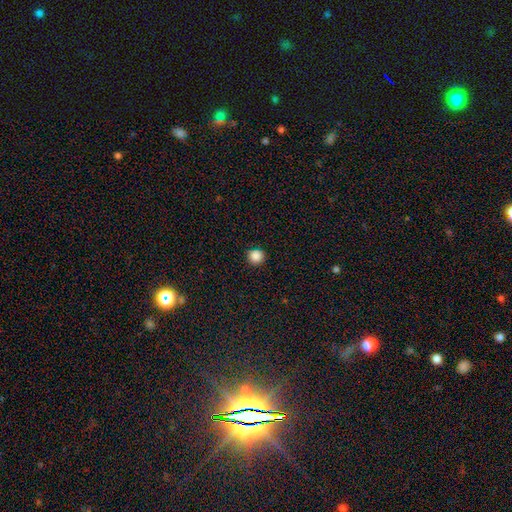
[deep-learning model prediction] Q: Smooth or featured?
A: smooth (87%); runner-up: star or artifact (11%)
Q: How rounded?
A: round (94%); runner-up: in between (5%)
Q: Merging?
A: none (91%); runner-up: minor disturbance (6%)